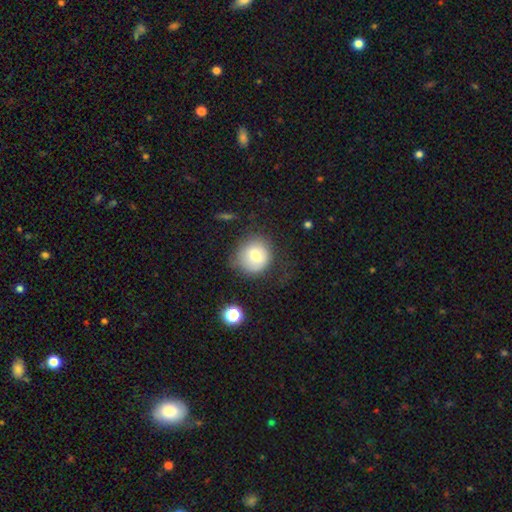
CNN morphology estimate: smooth-or-featured: smooth: 73% | featured or disk: 17% | star or artifact: 10%
  how-rounded: round: 82% | in between: 17% | cigar-shaped: 1%
  merging: none: 59% | minor disturbance: 25% | major disturbance: 14% | merger: 3%